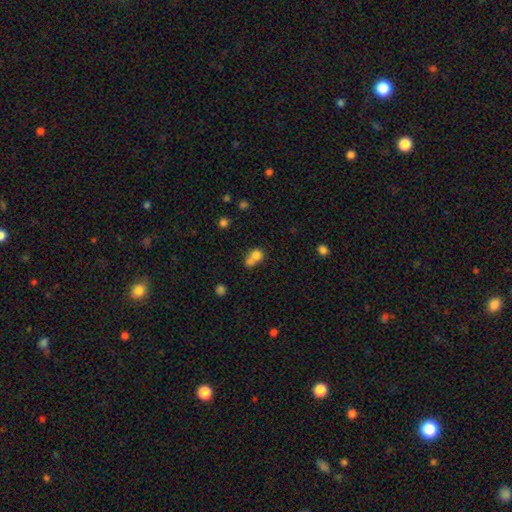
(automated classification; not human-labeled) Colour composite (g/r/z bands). It shows a smooth galaxy with no disk features (75%) that is round (70%). Merging: merger (59%).